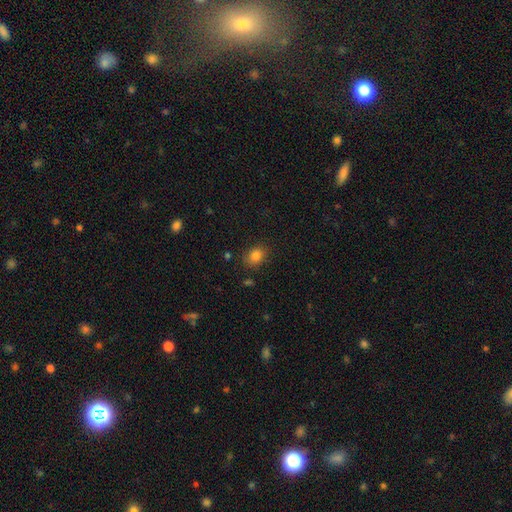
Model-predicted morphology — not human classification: This appears to be a smooth galaxy with no disk features (83%) that is in between round and cigar-shaped (58%). Merging: none (81%).